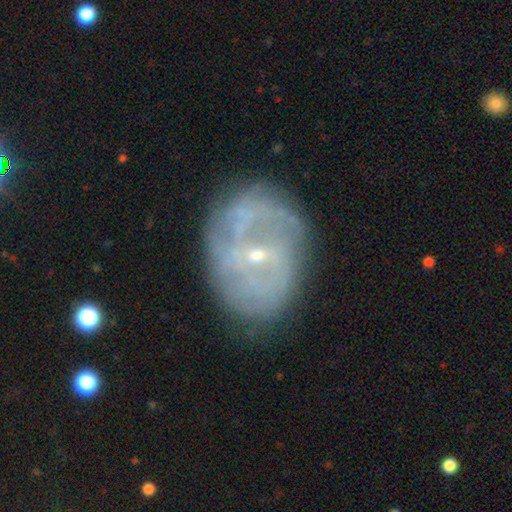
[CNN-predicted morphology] Smooth or featured? Predicted: featured or disk (p=0.74). Edge-on disk? Predicted: no (p=0.96). Bar? Predicted: weak (p=0.46). Spiral arms? Predicted: yes (p=0.62). Bulge size? Predicted: small (p=0.80). Merging? Predicted: none (p=0.67).